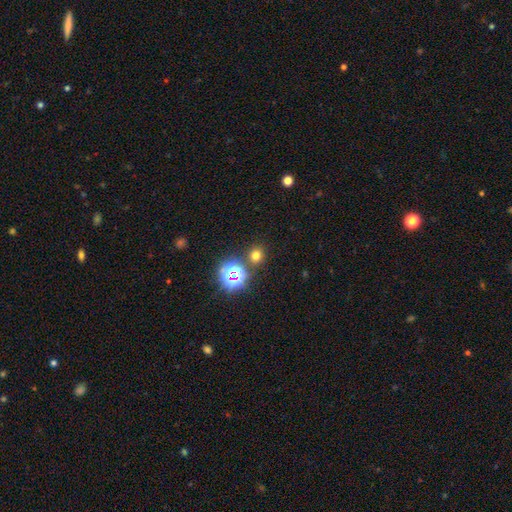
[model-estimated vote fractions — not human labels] Smooth or featured? smooth (66%)
How rounded? round (87%)
Merging? none (83%)